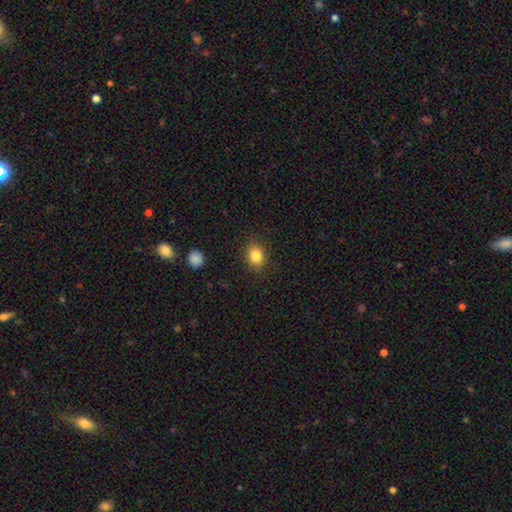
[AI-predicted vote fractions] smooth-or-featured: smooth: 84% | star or artifact: 10% | featured or disk: 7%
  how-rounded: in between: 53% | round: 46% | cigar-shaped: 1%
  merging: none: 87% | minor disturbance: 9% | major disturbance: 3% | merger: 1%